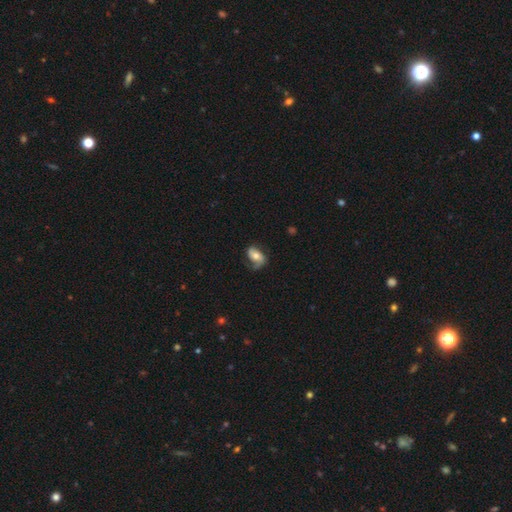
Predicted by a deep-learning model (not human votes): A featured or disk galaxy (52%). Merging: none (46%).